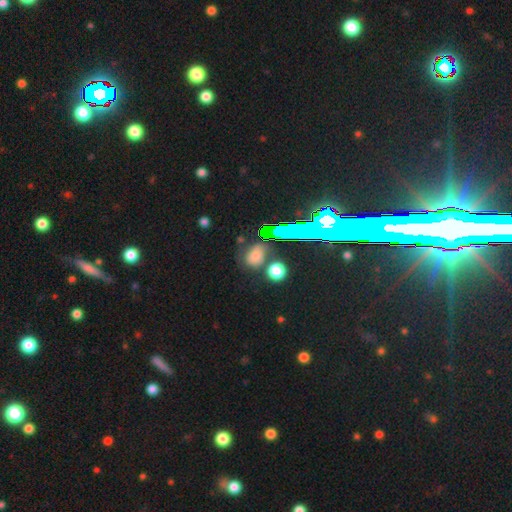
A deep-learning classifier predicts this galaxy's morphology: The model was most divided on "how rounded": round: 59%, in between: 39%, cigar-shaped: 3%. More confident: merging — none (65%); smooth or featured — smooth (63%).